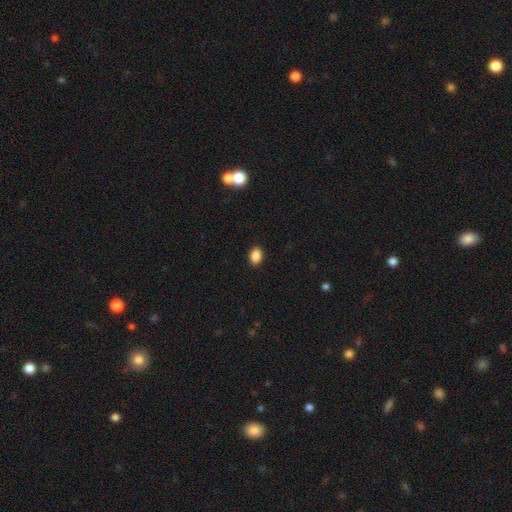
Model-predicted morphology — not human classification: Smooth or featured: smooth — 88% (star or artifact — 9%)
How rounded: in between — 84% (round — 15%)
Merging: none — 90% (minor disturbance — 7%)